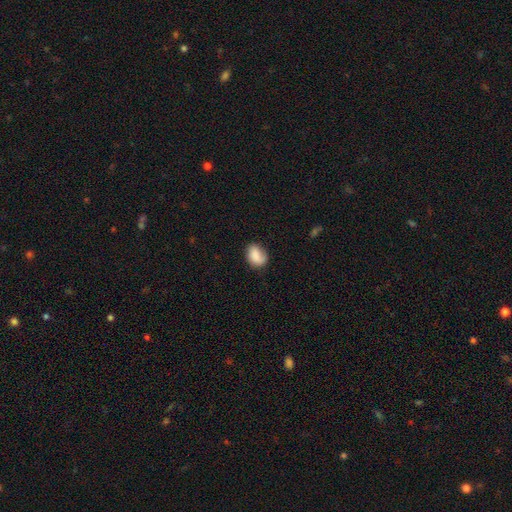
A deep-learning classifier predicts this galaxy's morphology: smooth-or-featured: smooth: 78% | featured or disk: 14% | star or artifact: 8%
  how-rounded: in between: 66% | round: 32% | cigar-shaped: 1%
  merging: none: 62% | minor disturbance: 26% | major disturbance: 10% | merger: 2%